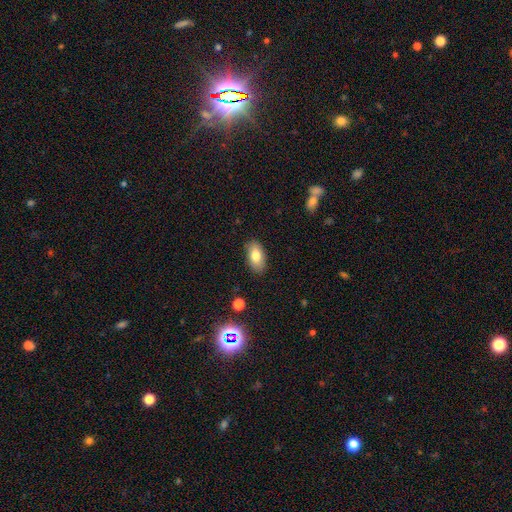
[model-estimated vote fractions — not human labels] Smooth or featured: smooth — 79% (featured or disk — 13%)
How rounded: in between — 93% (round — 5%)
Merging: none — 87% (minor disturbance — 10%)